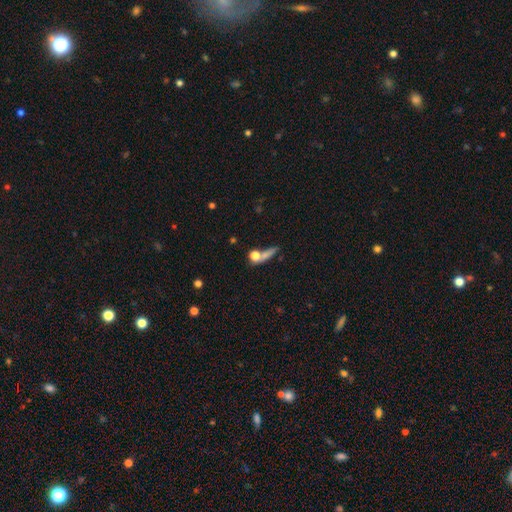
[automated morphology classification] smooth-or-featured: smooth: 68% | featured or disk: 18% | star or artifact: 13%
  how-rounded: round: 52% | cigar-shaped: 25% | in between: 23%
  merging: none: 45% | merger: 30% | major disturbance: 12% | minor disturbance: 12%